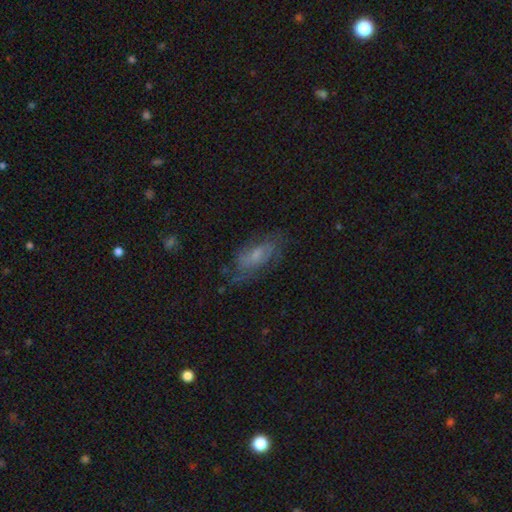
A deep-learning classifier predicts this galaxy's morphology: Smooth or featured: featured or disk — 55% (smooth — 35%)
Edge-on disk: no — 89% (yes — 11%)
Merging: none — 62% (minor disturbance — 23%)